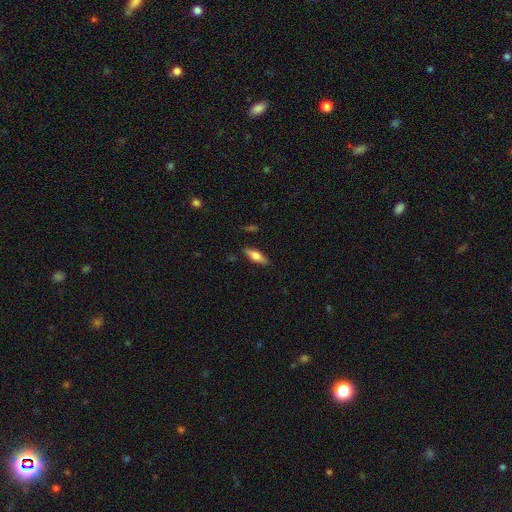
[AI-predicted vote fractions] This appears to be a smooth galaxy with no disk features (54%) that is cigar-shaped (49%). Merging: none (86%).